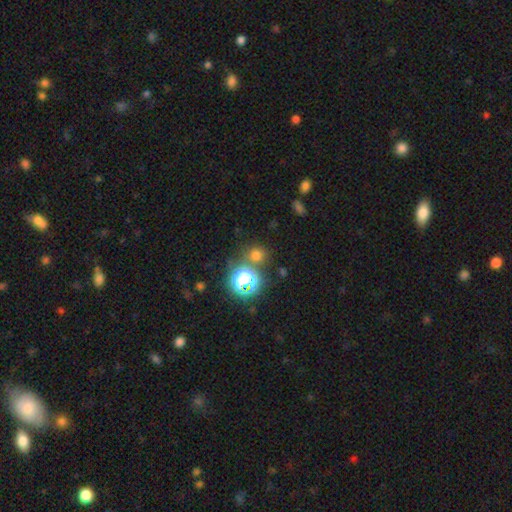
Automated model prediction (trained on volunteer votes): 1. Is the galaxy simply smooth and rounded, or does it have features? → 64% smooth, 30% star or artifact, 6% featured or disk.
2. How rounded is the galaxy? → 86% round, 13% in between, 1% cigar-shaped.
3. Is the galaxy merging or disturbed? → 73% none, 14% merger, 9% minor disturbance, 4% major disturbance.